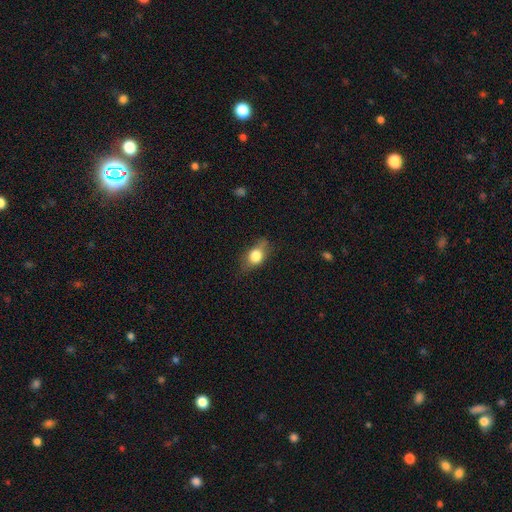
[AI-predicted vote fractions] smooth 73%, featured or disk 18%, star or artifact 9%. Down the decision tree: how rounded — in between (67%); merging — none (62%).